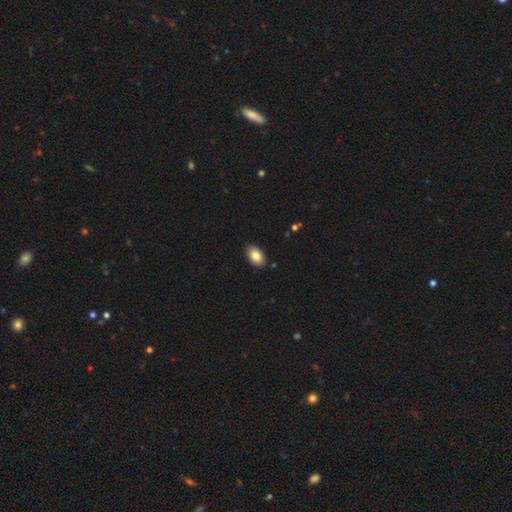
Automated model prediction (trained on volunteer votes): Smooth or featured? smooth (85%)
How rounded? in between (92%)
Merging? none (88%)